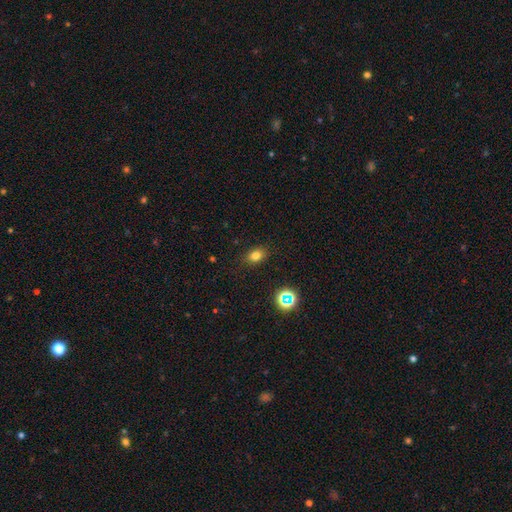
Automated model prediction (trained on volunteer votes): A smooth galaxy with no disk features (77%) that is in between round and cigar-shaped (64%). Merging: none (85%).